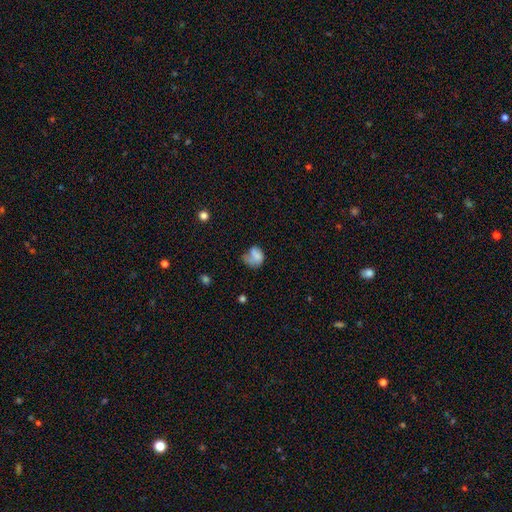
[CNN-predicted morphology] This is likely a smooth galaxy (69%). How rounded: possibly in between (52%). Merging: marginally major disturbance (31%).